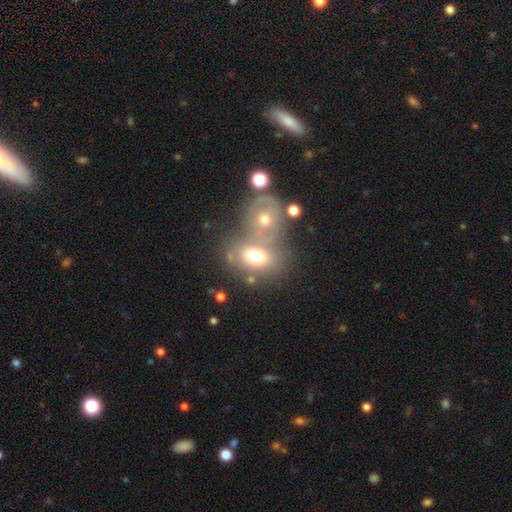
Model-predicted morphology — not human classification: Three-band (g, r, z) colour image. It shows a smooth galaxy with no disk features (60%) that is in between round and cigar-shaped (72%). Merging: merger (50%).